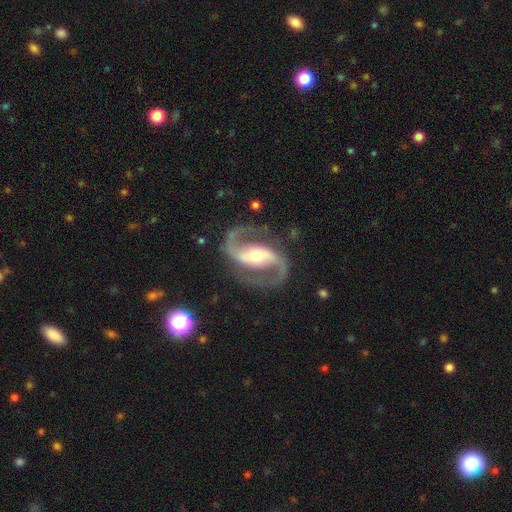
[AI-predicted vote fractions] Smooth or featured: featured or disk — 94% (star or artifact — 4%)
Edge-on disk: no — 98% (yes — 2%)
Bar: strong — 49% (weak — 33%)
Spiral arms: yes — 98% (no — 2%)
Spiral winding: medium — 62% (loose — 24%)
Spiral arm count: 2 — 95% (can't tell — 1%)
Bulge size: moderate — 63% (small — 25%)
Merging: none — 84% (minor disturbance — 10%)